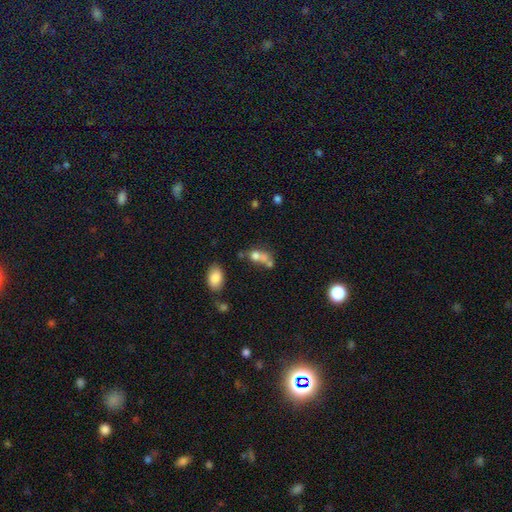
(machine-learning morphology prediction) Smooth or featured: smooth — 64% (featured or disk — 20%)
How rounded: in between — 56% (round — 39%)
Merging: merger — 52% (none — 28%)